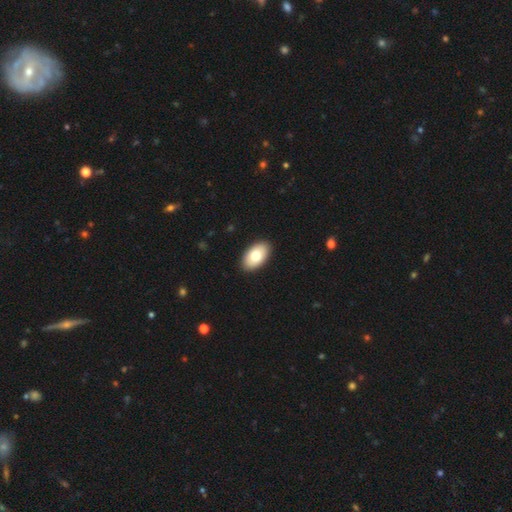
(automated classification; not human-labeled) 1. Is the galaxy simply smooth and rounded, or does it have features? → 79% smooth, 15% featured or disk, 6% star or artifact.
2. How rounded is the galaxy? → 95% in between, 3% round, 1% cigar-shaped.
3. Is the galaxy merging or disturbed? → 91% none, 7% minor disturbance, 2% major disturbance, 1% merger.